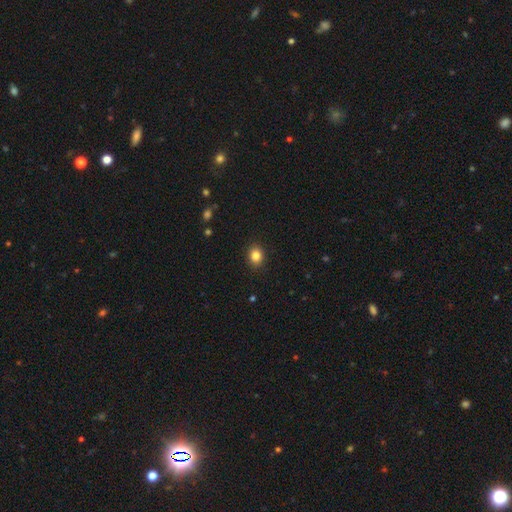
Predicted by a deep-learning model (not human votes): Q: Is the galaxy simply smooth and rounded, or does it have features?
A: smooth — 85%.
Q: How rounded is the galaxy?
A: round — 55%.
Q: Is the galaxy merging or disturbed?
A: none — 90%.